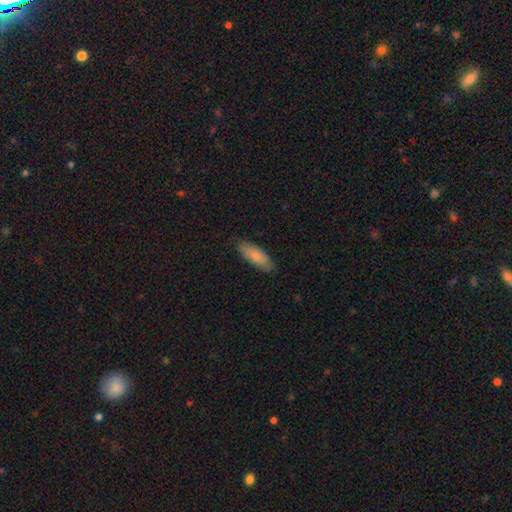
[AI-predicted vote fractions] smooth 83%, featured or disk 12%, star or artifact 5%. Down the decision tree: how rounded — in between (62%); merging — none (83%).